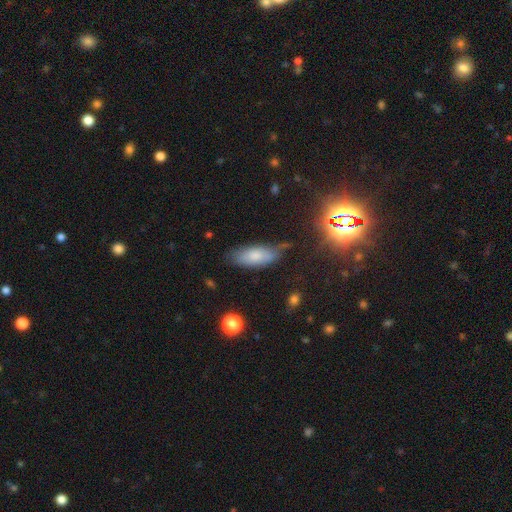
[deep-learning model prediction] Smooth or featured? smooth (74%)
How rounded? in between (79%)
Merging? none (63%)